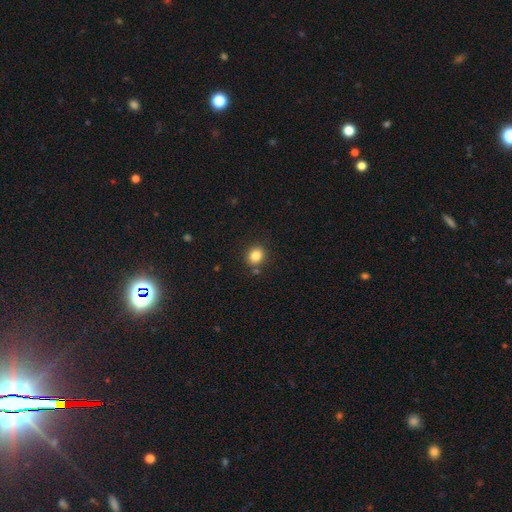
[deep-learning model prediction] This is clearly a smooth galaxy (84%). How rounded: likely round (64%). Merging: clearly none (85%).